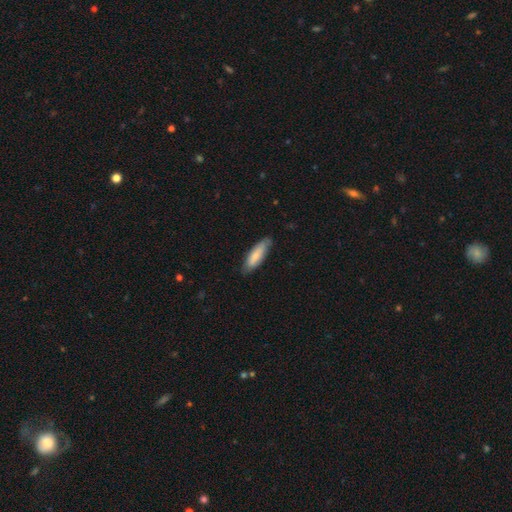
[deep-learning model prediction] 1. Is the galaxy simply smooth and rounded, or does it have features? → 78% smooth, 17% featured or disk, 5% star or artifact.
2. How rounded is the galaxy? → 53% cigar-shaped, 45% in between, 1% round.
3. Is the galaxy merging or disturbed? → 79% none, 17% minor disturbance, 3% major disturbance, 1% merger.